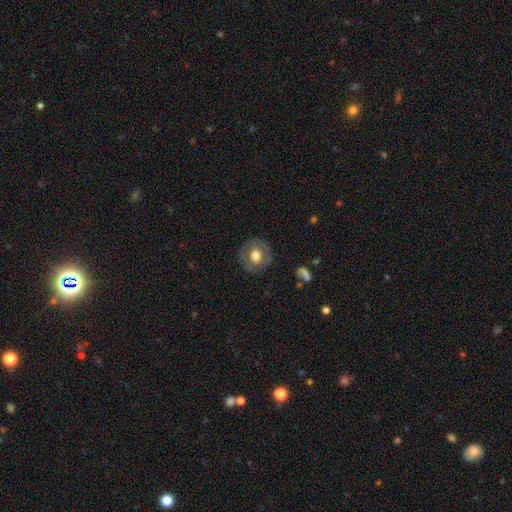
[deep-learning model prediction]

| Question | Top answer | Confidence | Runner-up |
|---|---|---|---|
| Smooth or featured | smooth | 58% | featured or disk (34%) |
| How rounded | round | 88% | in between (11%) |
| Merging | none | 84% | minor disturbance (10%) |